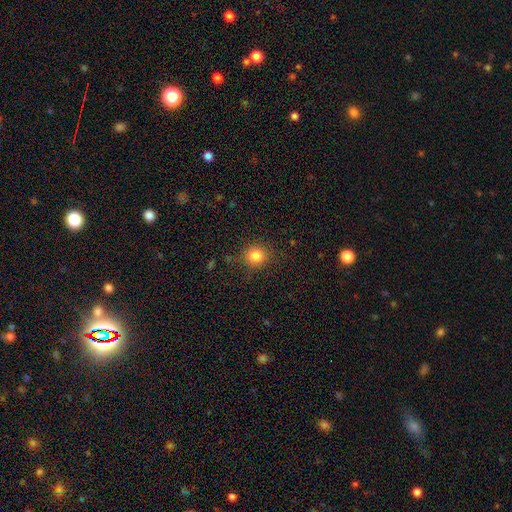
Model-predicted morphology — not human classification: The model was most divided on "smooth or featured": smooth: 82%, star or artifact: 12%, featured or disk: 6%. More confident: how rounded — round (86%); merging — none (84%).